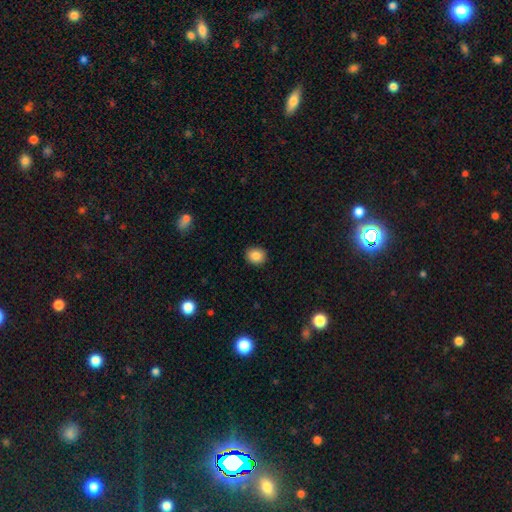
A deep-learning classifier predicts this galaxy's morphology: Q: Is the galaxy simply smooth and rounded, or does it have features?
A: smooth — 87%.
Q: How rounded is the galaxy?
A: round — 73%.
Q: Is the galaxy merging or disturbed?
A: none — 90%.